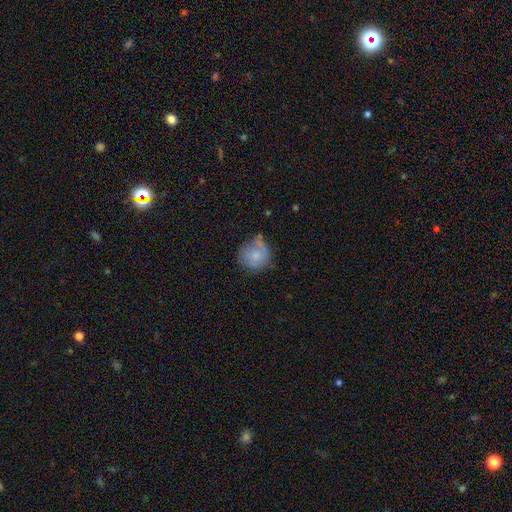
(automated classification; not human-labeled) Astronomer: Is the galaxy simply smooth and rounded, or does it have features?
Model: smooth — 73%.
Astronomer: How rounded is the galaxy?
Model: round — 86%.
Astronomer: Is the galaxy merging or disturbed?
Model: none — 53% (runner-up: minor disturbance, 29%).